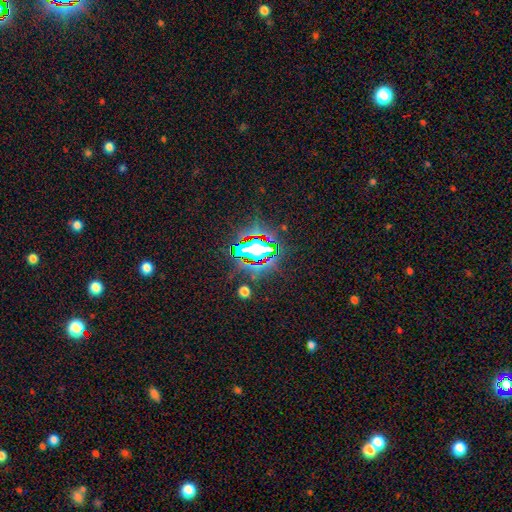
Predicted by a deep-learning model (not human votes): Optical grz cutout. It shows a star or artifact, not a galaxy (80%).